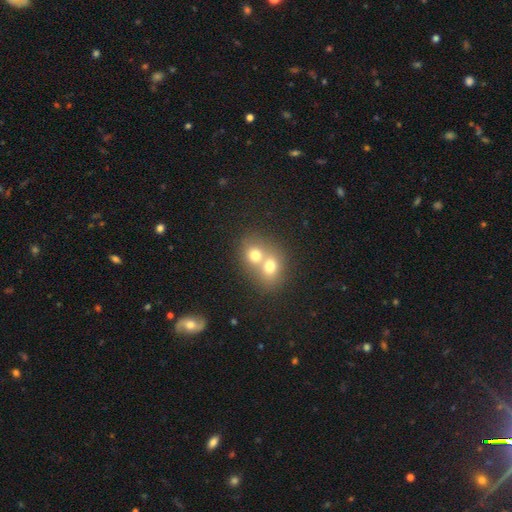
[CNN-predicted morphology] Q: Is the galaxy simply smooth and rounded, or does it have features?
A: smooth — 60%.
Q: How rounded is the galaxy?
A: round — 67%.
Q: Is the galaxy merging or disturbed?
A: merger — 68%.